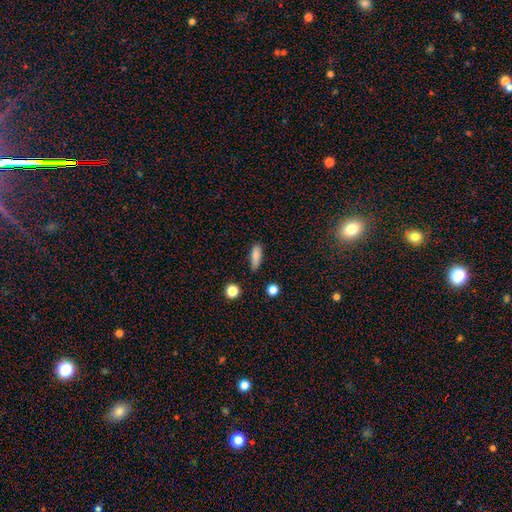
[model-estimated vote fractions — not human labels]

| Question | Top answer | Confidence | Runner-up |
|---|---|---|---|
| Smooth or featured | smooth | 83% | star or artifact (9%) |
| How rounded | in between | 56% | cigar-shaped (41%) |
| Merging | none | 69% | minor disturbance (23%) |